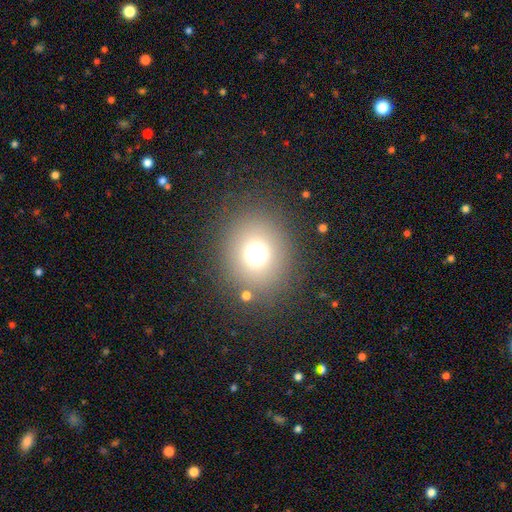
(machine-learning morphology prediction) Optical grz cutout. It shows a smooth galaxy with no disk features (67%) that is round (74%). Merging: none (88%).